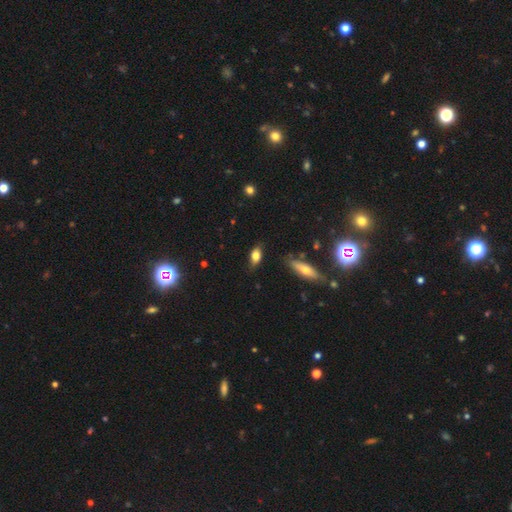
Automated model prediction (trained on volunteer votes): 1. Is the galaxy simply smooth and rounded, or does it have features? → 74% smooth, 18% featured or disk, 8% star or artifact.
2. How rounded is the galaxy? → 82% in between, 11% cigar-shaped, 7% round.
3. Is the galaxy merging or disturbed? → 74% none, 20% minor disturbance, 4% major disturbance, 2% merger.